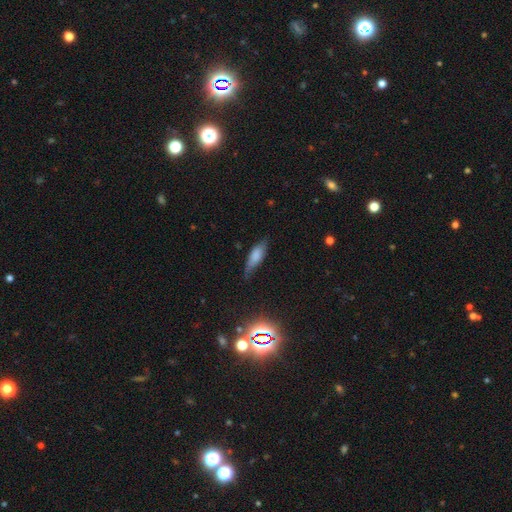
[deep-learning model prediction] Smooth or featured? smooth (71%)
How rounded? in between (54%)
Merging? none (68%)